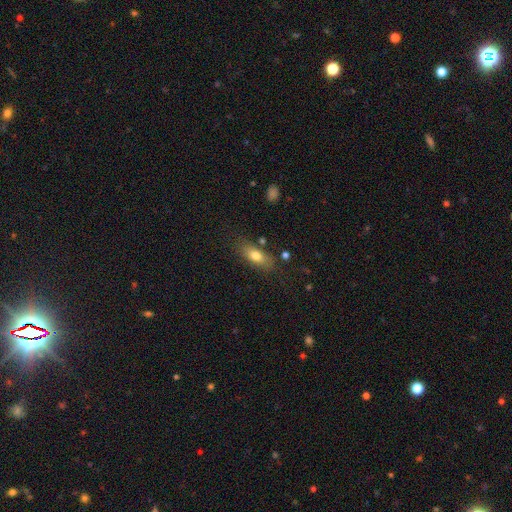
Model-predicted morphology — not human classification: This is likely a smooth galaxy (75%). How rounded: likely in between (75%). Merging: likely none (74%).